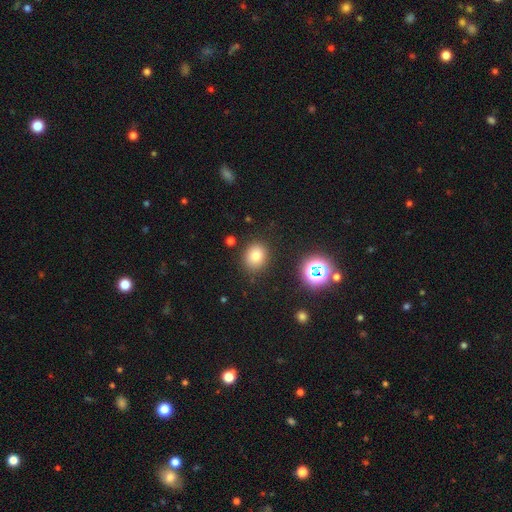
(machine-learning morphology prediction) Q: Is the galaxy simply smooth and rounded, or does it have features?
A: smooth — 76%.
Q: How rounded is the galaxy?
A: round — 65%.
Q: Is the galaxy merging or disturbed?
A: none — 86%.